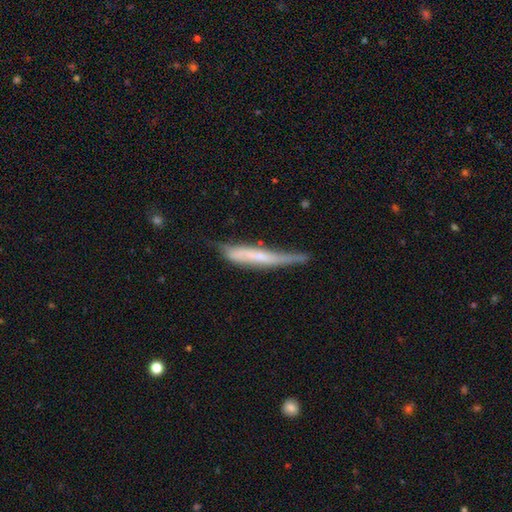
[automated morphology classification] smooth-or-featured: featured or disk: 48% | smooth: 45% | star or artifact: 7%
  merging: none: 42% | minor disturbance: 37% | major disturbance: 17% | merger: 5%